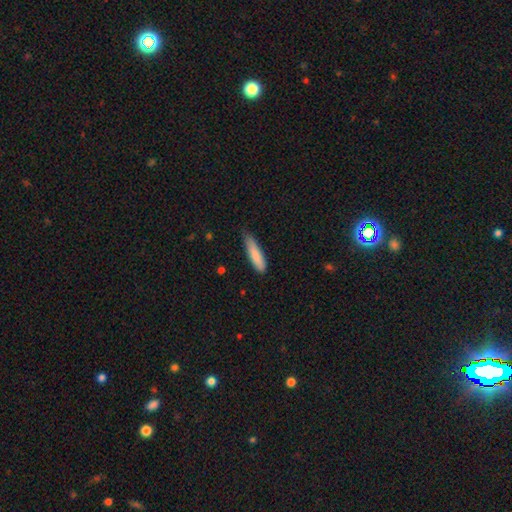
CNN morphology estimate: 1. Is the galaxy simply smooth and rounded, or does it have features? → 84% smooth, 10% featured or disk, 6% star or artifact.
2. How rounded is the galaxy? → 76% cigar-shaped, 23% in between, 1% round.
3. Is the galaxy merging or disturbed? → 64% none, 30% minor disturbance, 4% major disturbance, 1% merger.